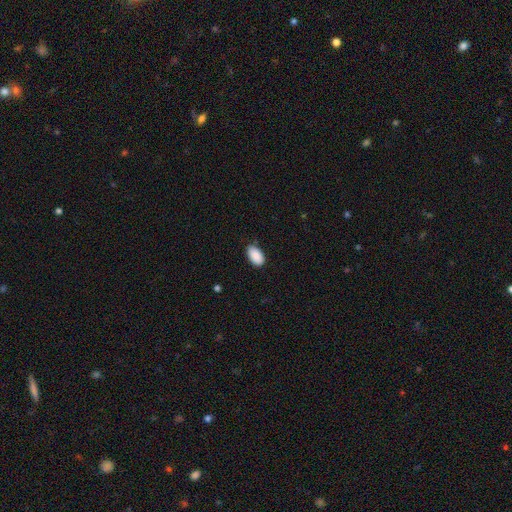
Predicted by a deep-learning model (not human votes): smooth_or_featured: smooth (p=0.90) [alt: star or artifact p=0.07]
how_rounded: in between (p=0.95) [alt: round p=0.03]
merging: none (p=0.81) [alt: minor disturbance p=0.15]